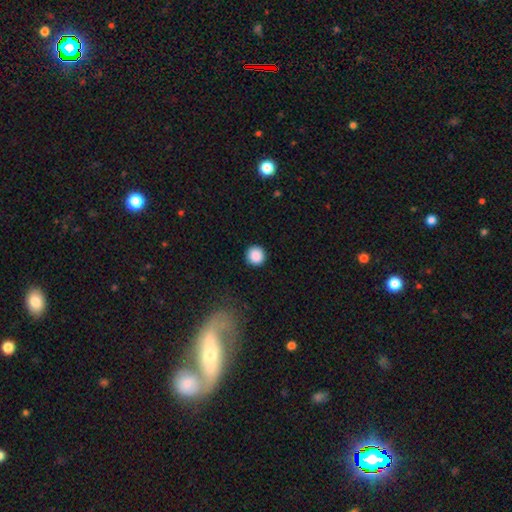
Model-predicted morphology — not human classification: smooth_or_featured: smooth (p=0.89) [alt: star or artifact p=0.09]
how_rounded: round (p=0.95) [alt: in between p=0.04]
merging: none (p=0.92) [alt: minor disturbance p=0.05]